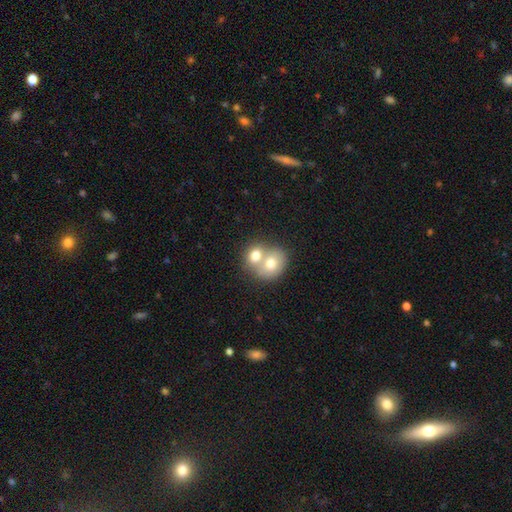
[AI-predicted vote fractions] This is likely a smooth galaxy (71%). How rounded: likely round (64%). Merging: likely merger (70%).